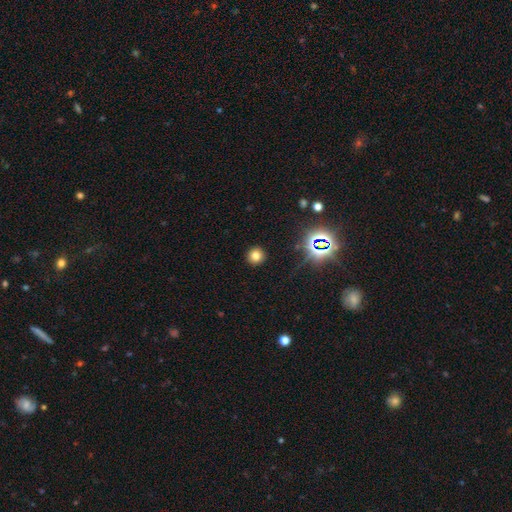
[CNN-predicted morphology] Overall: smooth (73%). How rounded: round (93%). Merging: none (91%).